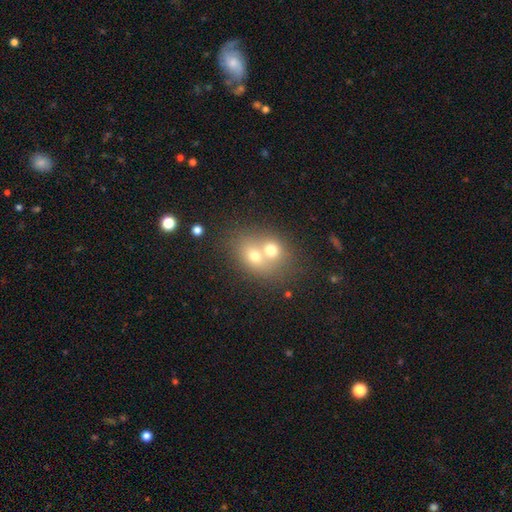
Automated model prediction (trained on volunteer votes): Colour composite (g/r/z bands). It shows a smooth galaxy with no disk features (63%) that is round (54%). Merging: merger (67%).